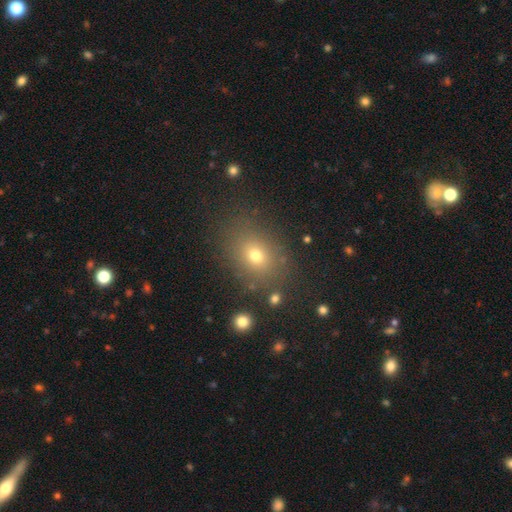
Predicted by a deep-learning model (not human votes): A smooth galaxy with no disk features (70%) that is in between round and cigar-shaped (58%). Merging: none (82%).